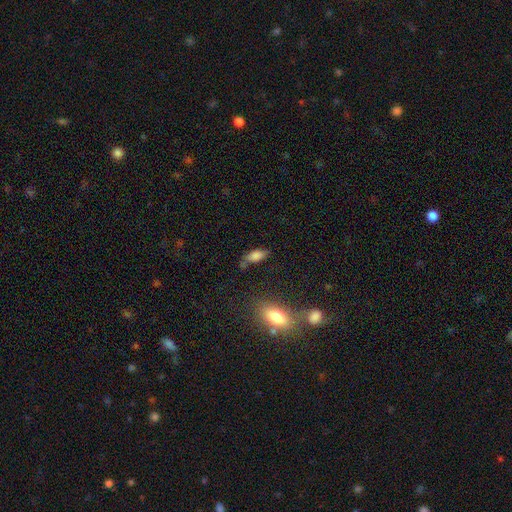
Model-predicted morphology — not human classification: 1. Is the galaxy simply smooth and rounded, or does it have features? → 79% smooth, 11% featured or disk, 10% star or artifact.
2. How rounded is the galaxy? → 80% in between, 16% cigar-shaped, 4% round.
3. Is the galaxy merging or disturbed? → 53% none, 27% minor disturbance, 11% major disturbance, 9% merger.